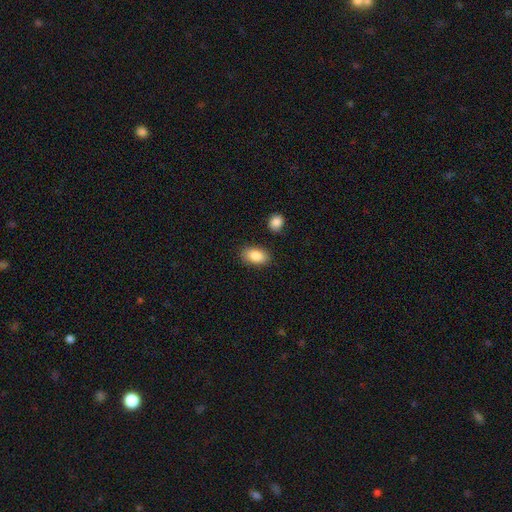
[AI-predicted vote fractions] Smooth or featured?
  - smooth: 87% *
  - star or artifact: 7%
  - featured or disk: 6%
How rounded?
  - in between: 91% *
  - round: 7%
  - cigar-shaped: 2%
Merging?
  - none: 84% *
  - minor disturbance: 11%
  - merger: 3%
  - major disturbance: 3%